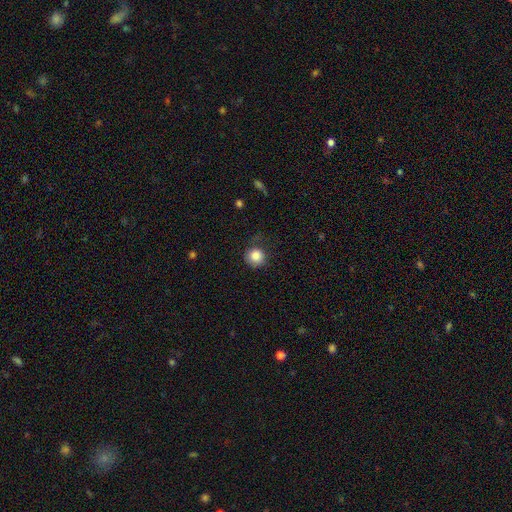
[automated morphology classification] The model was most divided on "merging": none: 71%, minor disturbance: 19%, major disturbance: 8%, merger: 2%. More confident: how rounded — round (91%); smooth or featured — smooth (85%).